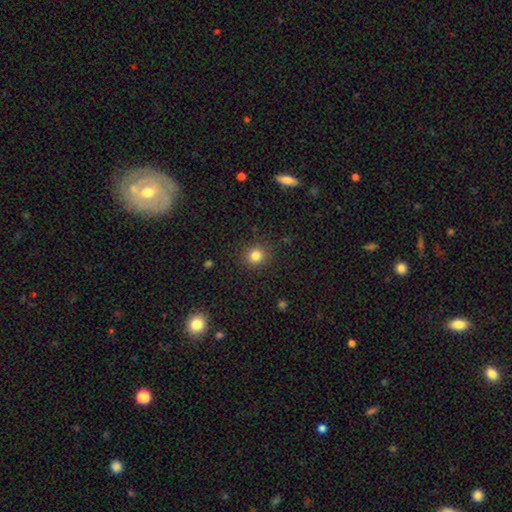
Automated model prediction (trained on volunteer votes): A smooth galaxy with no disk features (83%) that is round (86%). Merging: none (89%).